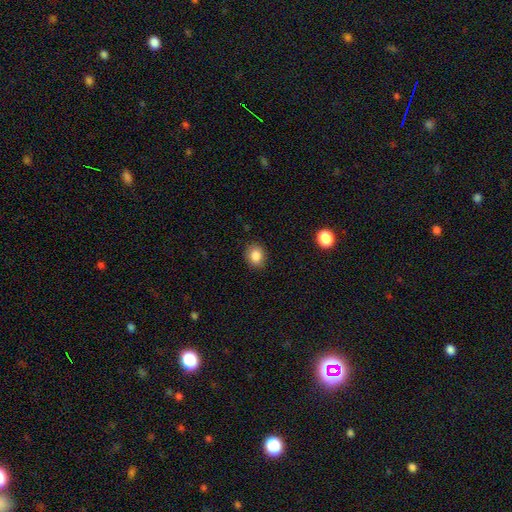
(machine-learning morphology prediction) Smooth or featured? smooth (85%)
How rounded? round (60%)
Merging? none (86%)